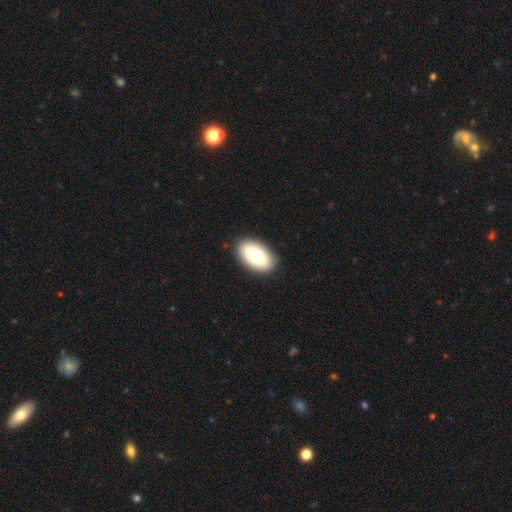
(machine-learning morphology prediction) Smooth or featured? Predicted: smooth (p=0.76). How rounded? Predicted: in between (p=0.93). Merging? Predicted: none (p=0.89).